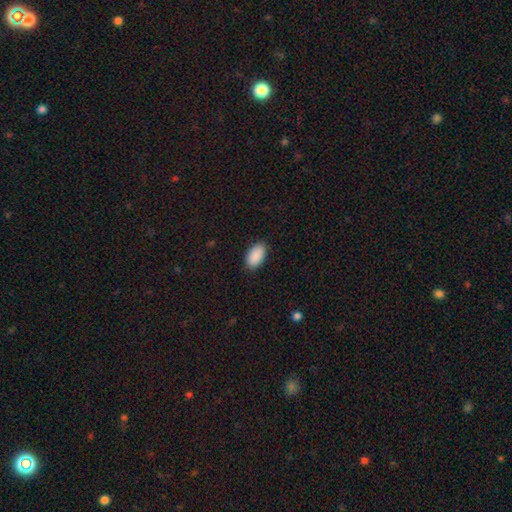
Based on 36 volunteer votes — Smooth or featured? 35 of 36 (97%) said smooth. How rounded? 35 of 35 (100%) said in between. Merging? 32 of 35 (91%) said none.